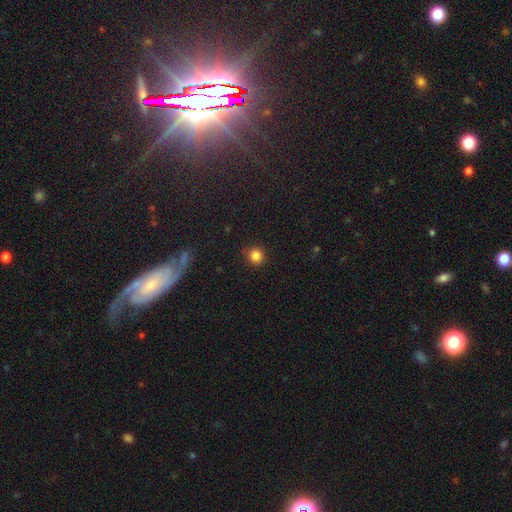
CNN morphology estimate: A smooth galaxy with no disk features (84%) that is round (93%). Merging: none (90%).